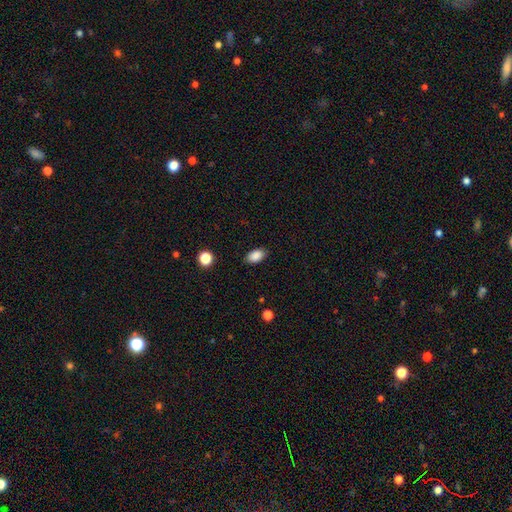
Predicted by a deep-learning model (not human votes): Smooth or featured? Predicted: smooth (p=0.88). How rounded? Predicted: in between (p=0.90). Merging? Predicted: none (p=0.86).